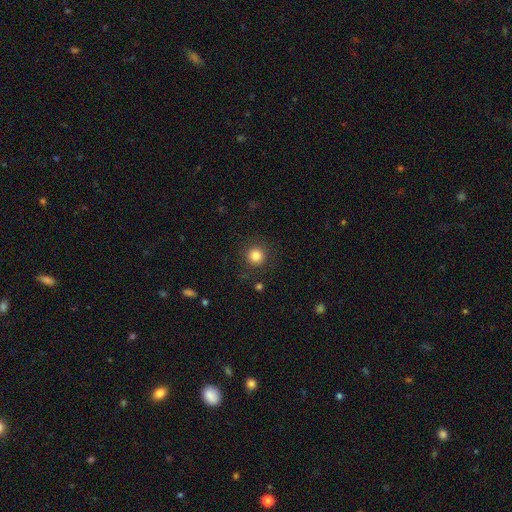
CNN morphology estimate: Smooth or featured?
  - smooth: 83% *
  - star or artifact: 11%
  - featured or disk: 5%
How rounded?
  - round: 95% *
  - in between: 4%
  - cigar-shaped: 1%
Merging?
  - none: 89% *
  - minor disturbance: 7%
  - major disturbance: 3%
  - merger: 1%